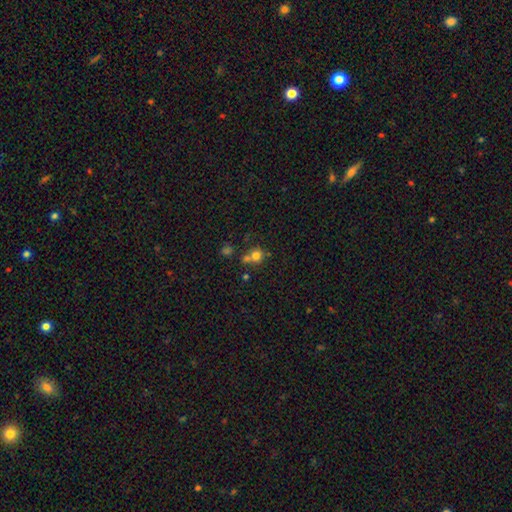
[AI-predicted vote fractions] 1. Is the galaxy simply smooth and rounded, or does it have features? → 75% smooth, 15% star or artifact, 10% featured or disk.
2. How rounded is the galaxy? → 87% round, 12% in between, 1% cigar-shaped.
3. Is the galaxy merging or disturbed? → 52% none, 35% merger, 9% minor disturbance, 4% major disturbance.